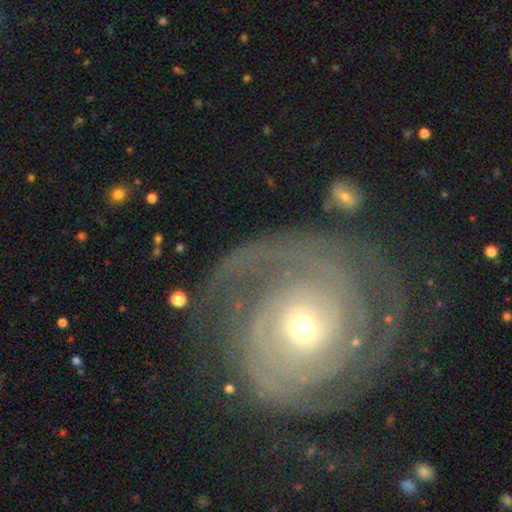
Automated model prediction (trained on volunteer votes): Q: Smooth or featured?
A: featured or disk (88%); runner-up: smooth (6%)
Q: Edge-on disk?
A: no (97%); runner-up: yes (3%)
Q: Bar?
A: no (71%); runner-up: weak (20%)
Q: Spiral arms?
A: yes (97%); runner-up: no (3%)
Q: Spiral winding?
A: tight (71%); runner-up: medium (23%)
Q: Spiral arm count?
A: 2 (49%); runner-up: can't tell (18%)
Q: Bulge size?
A: small (51%); runner-up: moderate (44%)
Q: Merging?
A: none (70%); runner-up: minor disturbance (15%)